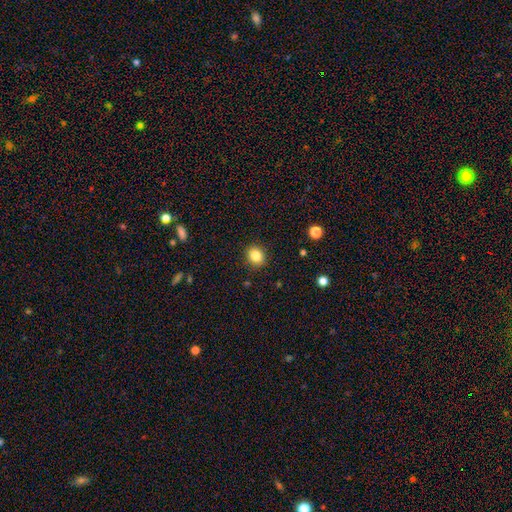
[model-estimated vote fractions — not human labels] The model was most divided on "how rounded": round: 65%, in between: 34%, cigar-shaped: 1%. More confident: merging — none (90%); smooth or featured — smooth (85%).